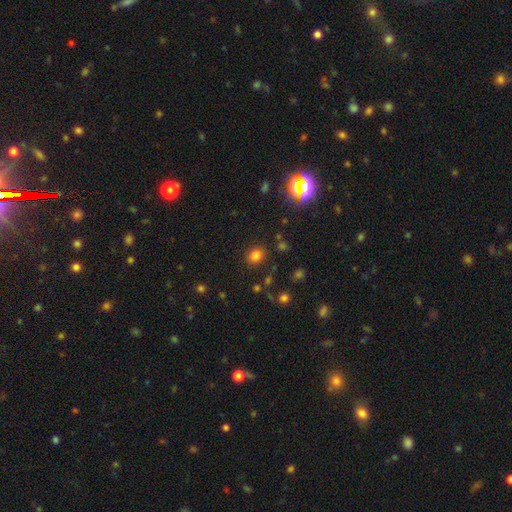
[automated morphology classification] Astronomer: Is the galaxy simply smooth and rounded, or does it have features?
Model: smooth — 77%.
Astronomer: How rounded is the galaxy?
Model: round — 62% (runner-up: in between, 37%).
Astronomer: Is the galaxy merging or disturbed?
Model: none — 85%.